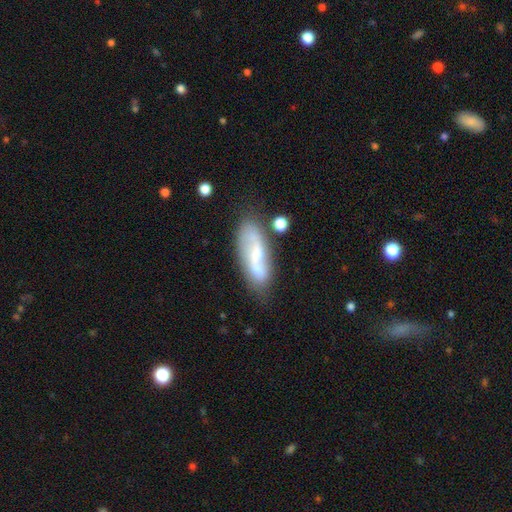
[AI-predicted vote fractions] Q: Smooth or featured?
A: featured or disk (63%); runner-up: smooth (29%)
Q: Edge-on disk?
A: no (89%); runner-up: yes (11%)
Q: Bar?
A: weak (43%); runner-up: no (37%)
Q: Spiral arms?
A: yes (86%); runner-up: no (14%)
Q: Bulge size?
A: small (45%); runner-up: moderate (30%)
Q: Merging?
A: none (68%); runner-up: minor disturbance (19%)